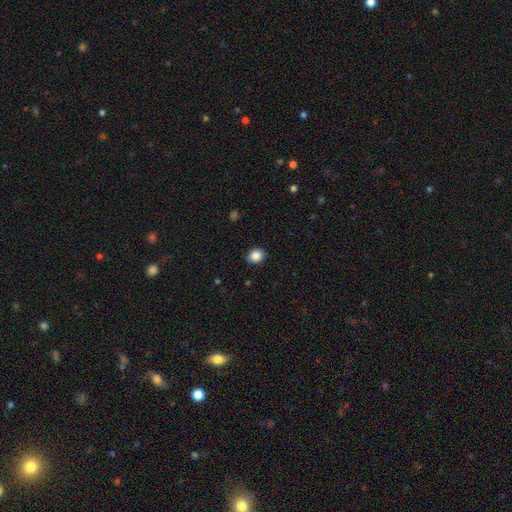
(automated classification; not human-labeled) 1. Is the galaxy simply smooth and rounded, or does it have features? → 86% smooth, 9% star or artifact, 5% featured or disk.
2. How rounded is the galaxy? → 55% round, 44% in between, 1% cigar-shaped.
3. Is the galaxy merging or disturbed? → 90% none, 8% minor disturbance, 2% major disturbance, 1% merger.